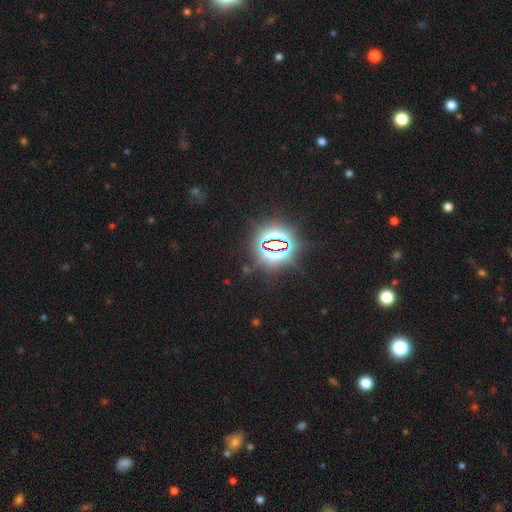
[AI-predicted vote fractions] This is clearly a star or artifact rather than a galaxy (82%).